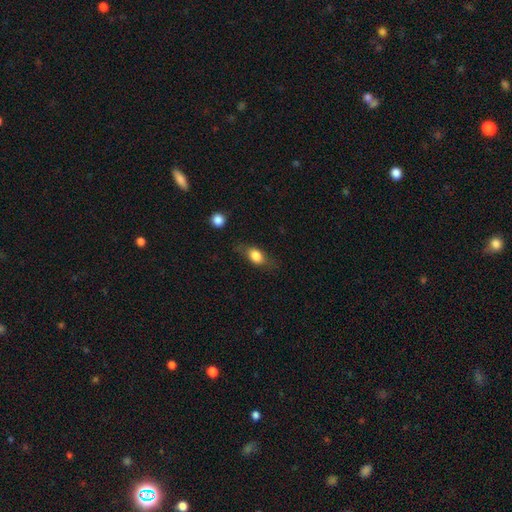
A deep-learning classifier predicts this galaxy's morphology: A smooth galaxy with no disk features (74%) that is in between round and cigar-shaped (76%).

Vote fractions:
- Smooth or featured? smooth: 74% / featured or disk: 18% / star or artifact: 8%
- How rounded? in between: 76% / round: 13% / cigar-shaped: 11%
- Merging? none: 66% / minor disturbance: 22% / major disturbance: 10% / merger: 2%